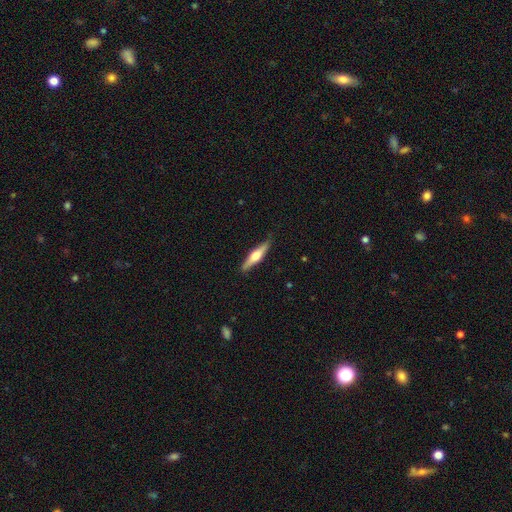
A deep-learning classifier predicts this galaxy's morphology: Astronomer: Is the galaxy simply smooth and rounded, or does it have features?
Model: featured or disk — 60% (runner-up: smooth, 35%).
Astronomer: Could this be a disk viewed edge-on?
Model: yes — 96%.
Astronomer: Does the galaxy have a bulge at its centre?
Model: rounded — 91%.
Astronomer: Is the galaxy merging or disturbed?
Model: none — 86%.